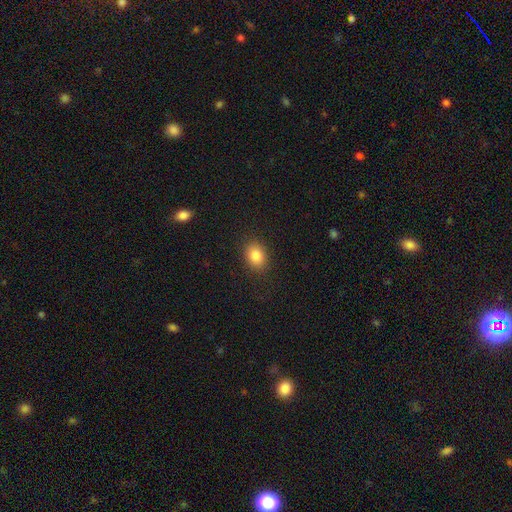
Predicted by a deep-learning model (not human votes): Smooth or featured?
  - smooth: 84% *
  - star or artifact: 9%
  - featured or disk: 6%
How rounded?
  - in between: 60% *
  - round: 39%
  - cigar-shaped: 1%
Merging?
  - none: 88% *
  - minor disturbance: 8%
  - major disturbance: 3%
  - merger: 1%